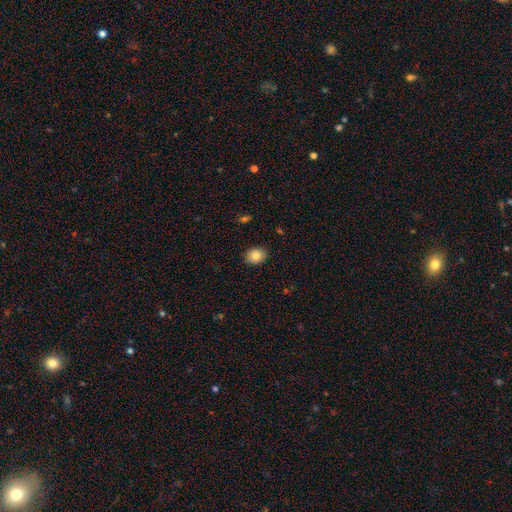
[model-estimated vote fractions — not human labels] A smooth galaxy with no disk features (85%) that is in between round and cigar-shaped (51%). Merging: none (89%).